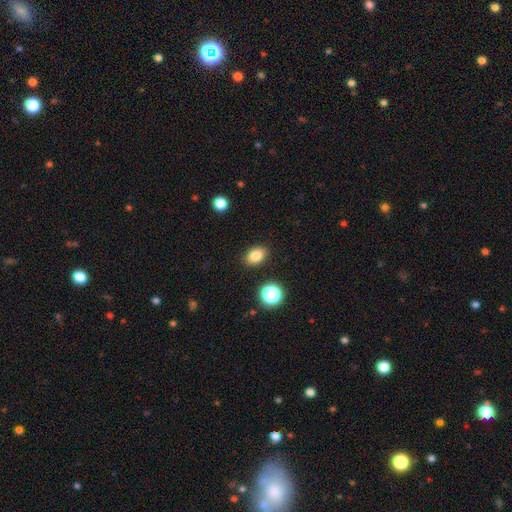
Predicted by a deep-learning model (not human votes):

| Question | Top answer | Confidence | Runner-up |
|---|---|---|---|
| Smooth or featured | smooth | 82% | star or artifact (11%) |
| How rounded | in between | 79% | round (20%) |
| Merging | none | 88% | minor disturbance (8%) |